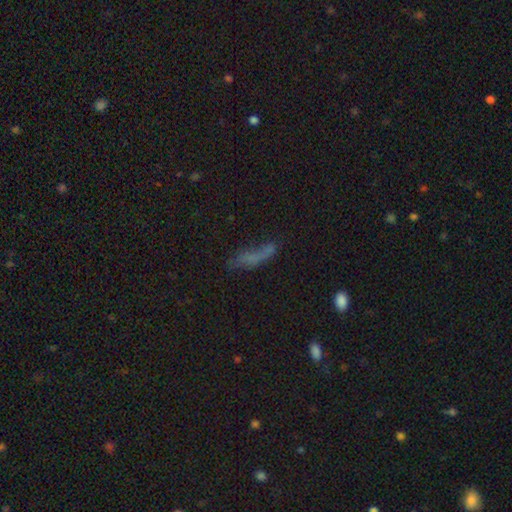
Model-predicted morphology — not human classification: smooth-or-featured: smooth: 54% | featured or disk: 28% | star or artifact: 18%
  how-rounded: cigar-shaped: 65% | in between: 31% | round: 4%
  merging: none: 44% | minor disturbance: 24% | major disturbance: 22% | merger: 10%